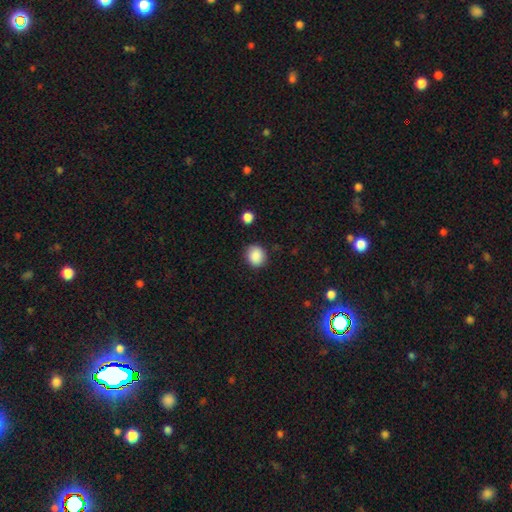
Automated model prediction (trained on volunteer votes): This appears to be a smooth galaxy with no disk features (88%) that is round (74%). Merging: none (85%).